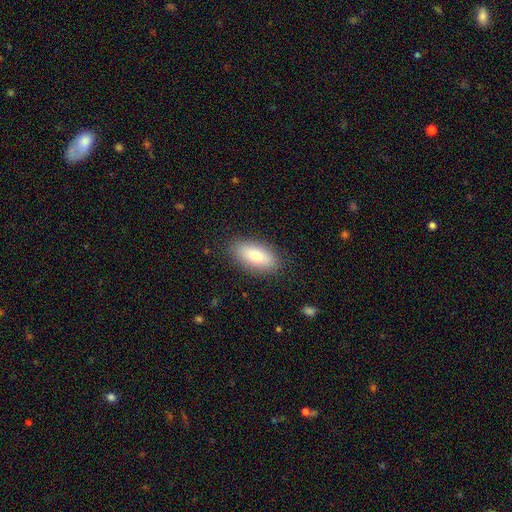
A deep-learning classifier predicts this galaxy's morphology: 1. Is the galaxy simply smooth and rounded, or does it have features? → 78% smooth, 15% featured or disk, 7% star or artifact.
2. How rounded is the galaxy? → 88% in between, 8% cigar-shaped, 3% round.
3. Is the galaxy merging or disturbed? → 87% none, 10% minor disturbance, 3% major disturbance, 1% merger.